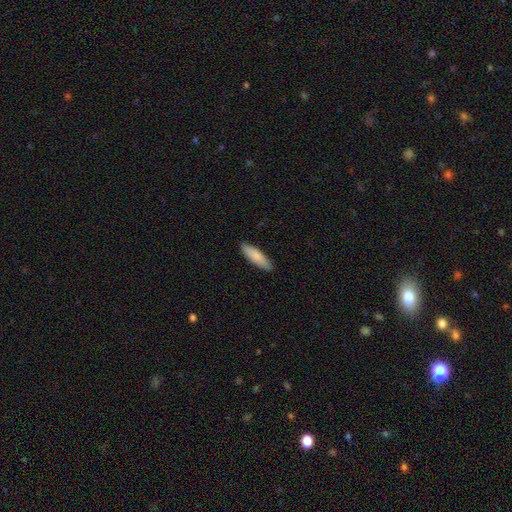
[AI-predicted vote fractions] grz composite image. It shows a smooth galaxy with no disk features (83%) that is cigar-shaped (54%). Merging: none (86%).